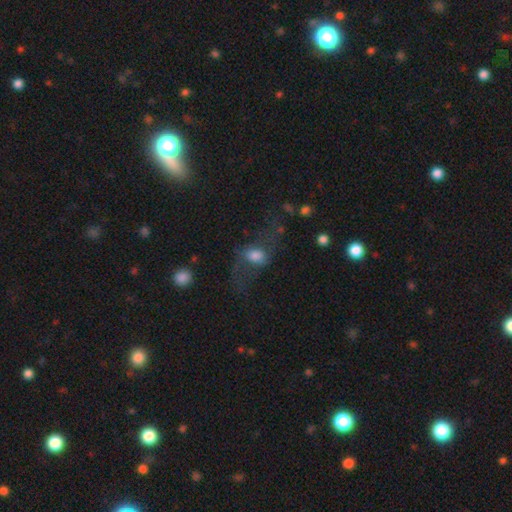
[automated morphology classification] type=smooth (56%); roundness=in between (66%); merging=major disturbance (43%).